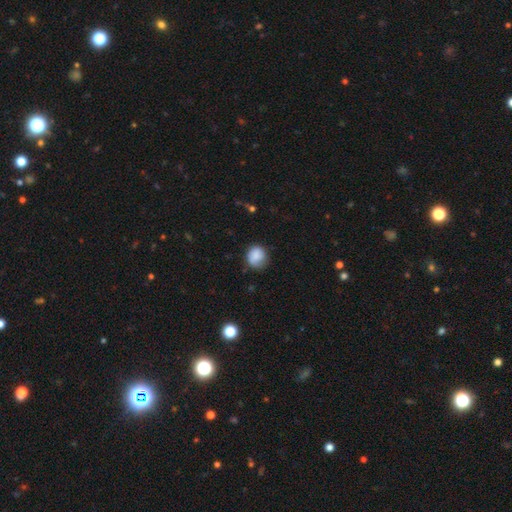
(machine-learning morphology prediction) Smooth or featured? Predicted: smooth (p=0.80). How rounded? Predicted: round (p=0.79). Merging? Predicted: none (p=0.63).